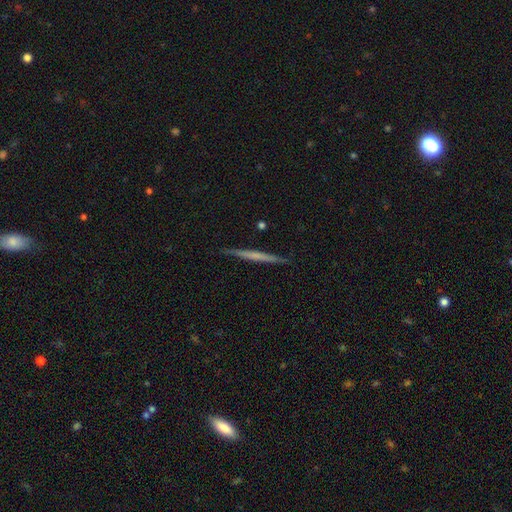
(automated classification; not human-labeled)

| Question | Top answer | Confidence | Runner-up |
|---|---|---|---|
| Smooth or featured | featured or disk | 56% | smooth (38%) |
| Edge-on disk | yes | 98% | no (2%) |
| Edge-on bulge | none | 78% | rounded (14%) |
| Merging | none | 91% | minor disturbance (7%) |